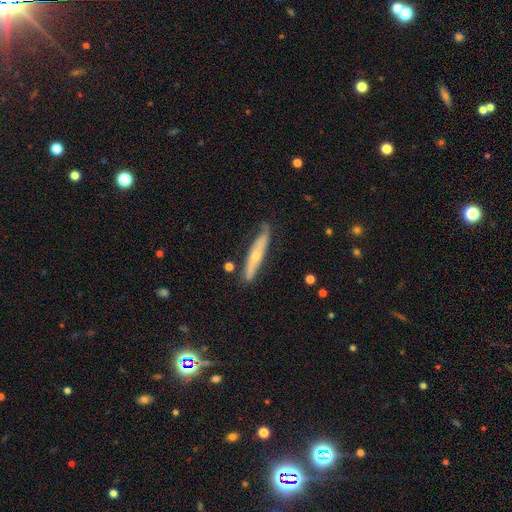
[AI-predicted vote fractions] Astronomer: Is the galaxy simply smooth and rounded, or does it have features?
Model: featured or disk — 53% (runner-up: smooth, 41%).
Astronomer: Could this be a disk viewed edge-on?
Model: yes — 78%.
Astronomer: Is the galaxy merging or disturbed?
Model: none — 71%.